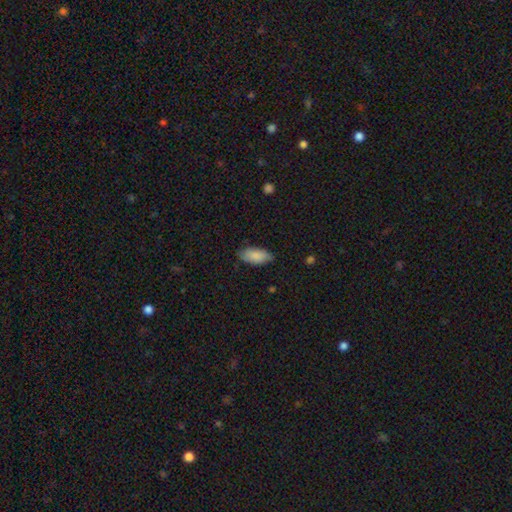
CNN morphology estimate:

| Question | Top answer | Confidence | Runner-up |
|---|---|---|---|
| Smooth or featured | smooth | 86% | featured or disk (8%) |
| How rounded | in between | 90% | cigar-shaped (8%) |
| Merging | none | 79% | minor disturbance (17%) |